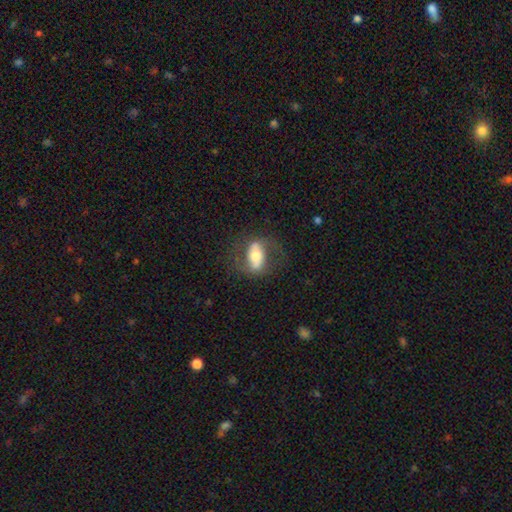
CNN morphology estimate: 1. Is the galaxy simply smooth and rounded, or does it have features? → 56% featured or disk, 37% smooth, 7% star or artifact.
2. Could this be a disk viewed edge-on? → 86% no, 14% yes.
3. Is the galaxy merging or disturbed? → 67% none, 18% minor disturbance, 13% major disturbance, 2% merger.